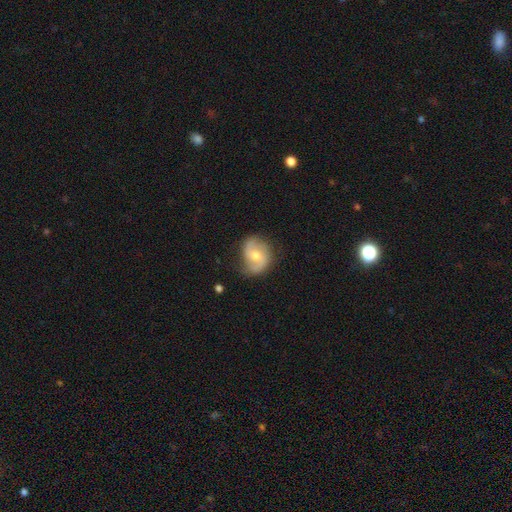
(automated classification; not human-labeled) Smooth or featured? featured or disk (70%)
Edge-on disk? no (97%)
Bar? no (54%)
Spiral arms? yes (90%)
Spiral winding? medium (47%)
Spiral arm count? 2 (85%)
Bulge size? moderate (69%)
Merging? none (70%)